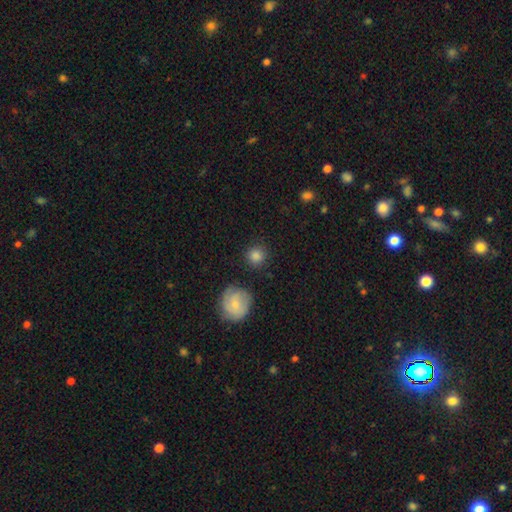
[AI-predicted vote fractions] Smooth or featured? smooth (84%)
How rounded? round (93%)
Merging? none (84%)